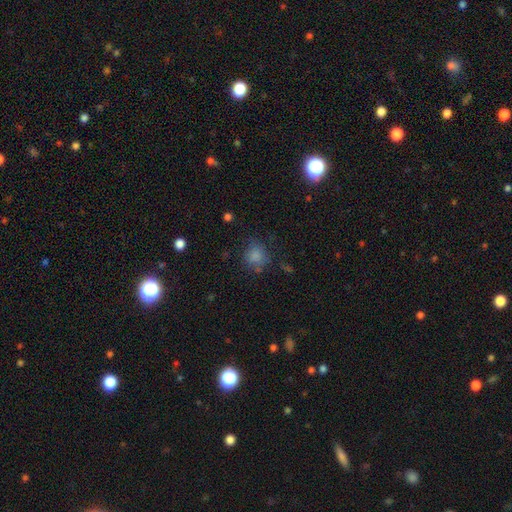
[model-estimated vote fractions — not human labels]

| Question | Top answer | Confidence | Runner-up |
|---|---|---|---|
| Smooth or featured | smooth | 80% | star or artifact (13%) |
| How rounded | round | 75% | in between (24%) |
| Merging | none | 64% | minor disturbance (22%) |